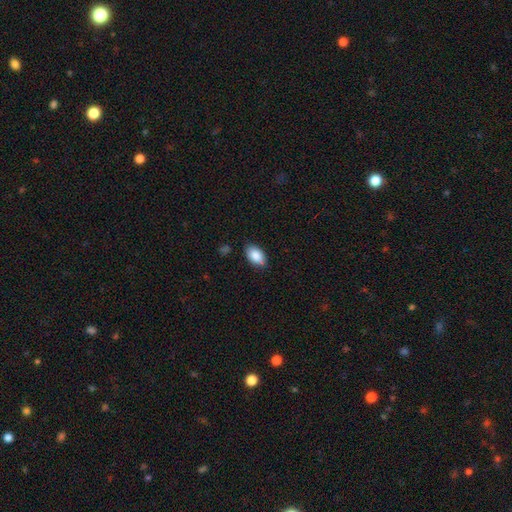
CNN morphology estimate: This appears to be a smooth galaxy with no disk features (87%) that is in between round and cigar-shaped (92%). Merging: none (80%).